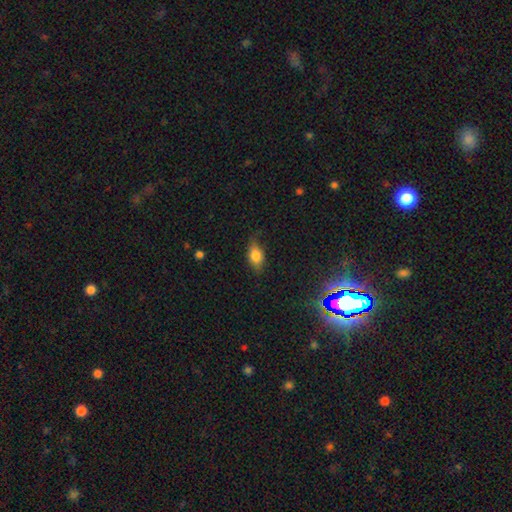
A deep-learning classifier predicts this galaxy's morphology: Smooth or featured?
  - smooth: 75% *
  - featured or disk: 15%
  - star or artifact: 10%
How rounded?
  - in between: 84% *
  - round: 11%
  - cigar-shaped: 5%
Merging?
  - none: 66% *
  - minor disturbance: 26%
  - major disturbance: 7%
  - merger: 1%